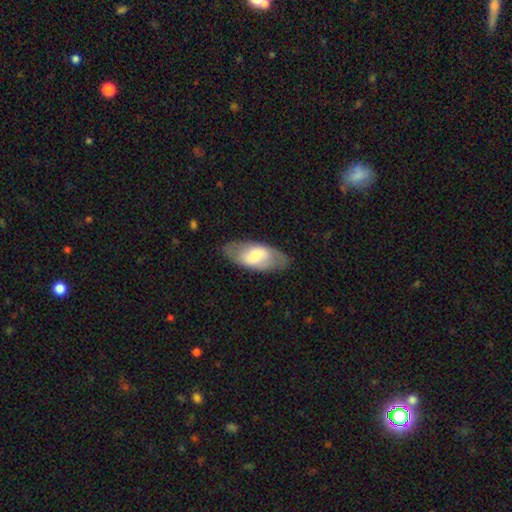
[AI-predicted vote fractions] Smooth or featured? smooth (59%)
How rounded? in between (89%)
Merging? none (78%)